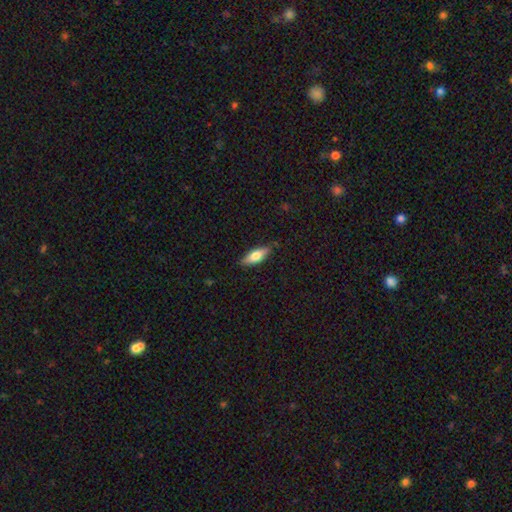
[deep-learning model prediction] Smooth or featured? smooth (71%)
How rounded? in between (65%)
Merging? none (82%)